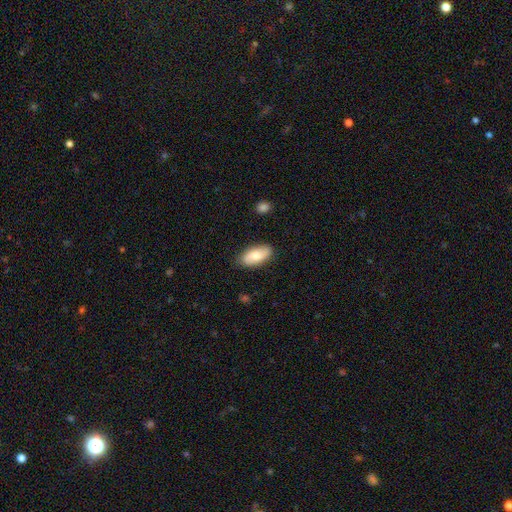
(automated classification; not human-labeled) A smooth galaxy with no disk features (68%) that is in between round and cigar-shaped (91%). Merging: none (84%).